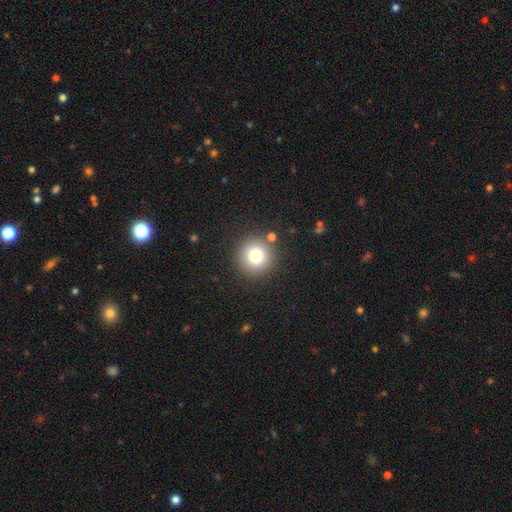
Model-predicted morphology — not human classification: smooth 78%, star or artifact 13%, featured or disk 10%. Down the decision tree: how rounded — round (95%); merging — none (87%).